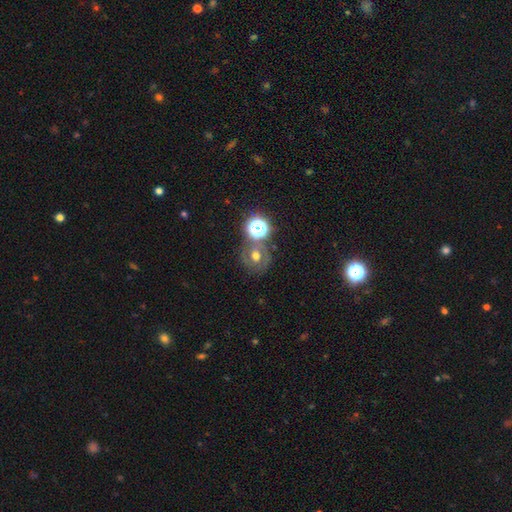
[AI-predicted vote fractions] Morphology: type=featured or disk (43%); merging=none (67%).